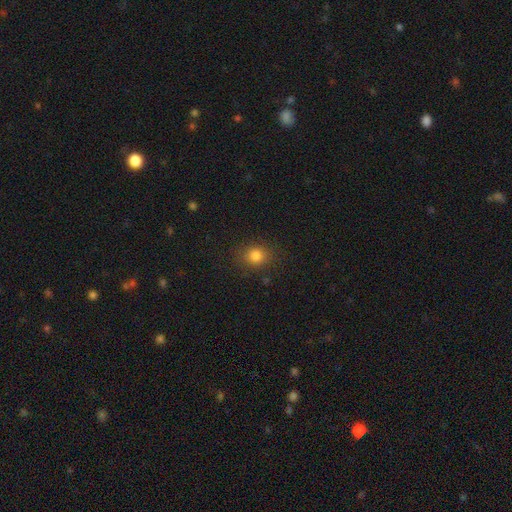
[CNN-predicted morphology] Smooth or featured? Predicted: smooth (p=0.82). How rounded? Predicted: round (p=0.71). Merging? Predicted: none (p=0.86).